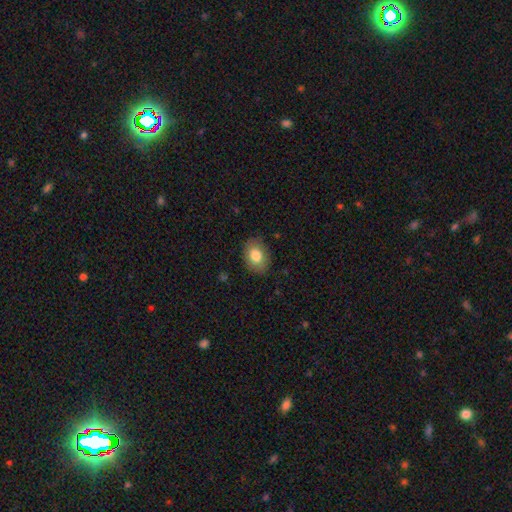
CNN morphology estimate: Overall: smooth (81%). How rounded: in between (75%). Merging: none (83%).